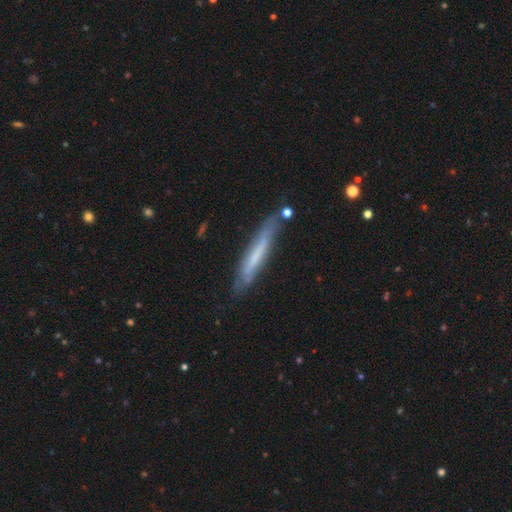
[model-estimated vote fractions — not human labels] Smooth or featured?
  - featured or disk: 49% *
  - smooth: 44%
  - star or artifact: 7%
Merging?
  - none: 73% *
  - minor disturbance: 19%
  - major disturbance: 5%
  - merger: 3%